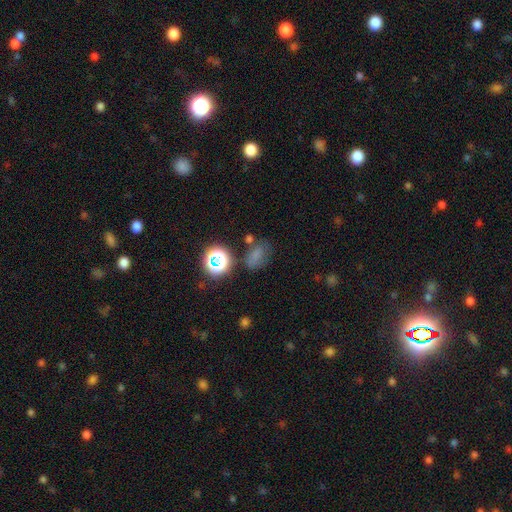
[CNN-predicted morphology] This is likely a smooth galaxy (62%). How rounded: likely in between (70%). Merging: possibly none (57%).